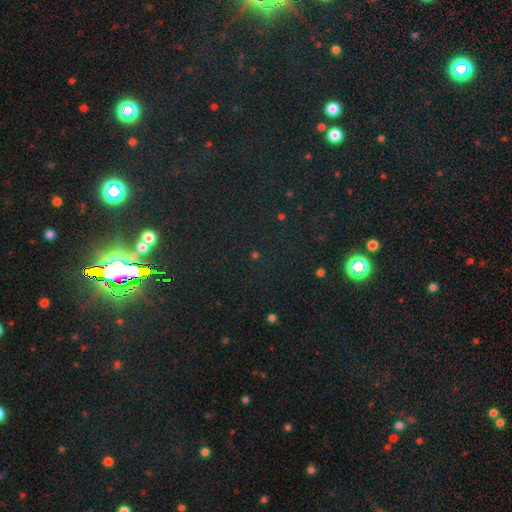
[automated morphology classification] A star or artifact, not a galaxy (72%).

Vote fractions:
- Smooth or featured? star or artifact: 72% / smooth: 20% / featured or disk: 8%